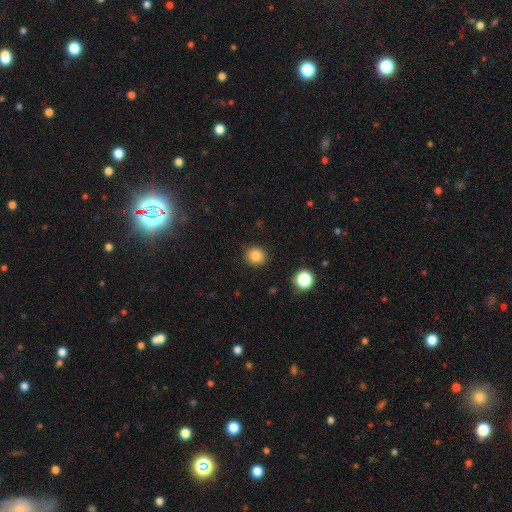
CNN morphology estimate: Overall: smooth (85%). How rounded: round (82%). Merging: none (89%).